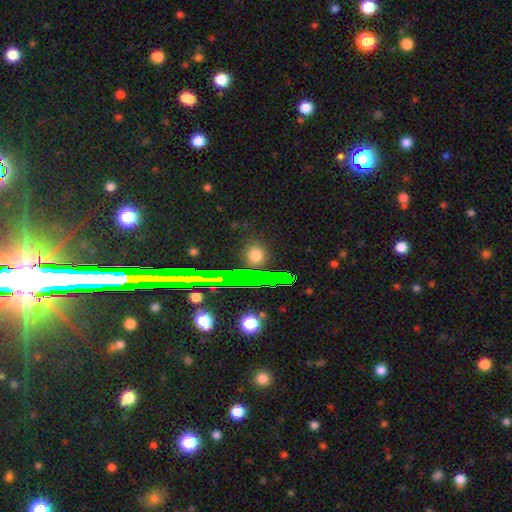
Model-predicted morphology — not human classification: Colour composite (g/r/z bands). It shows a smooth galaxy with no disk features (62%) that is round (79%). Merging: none (85%).